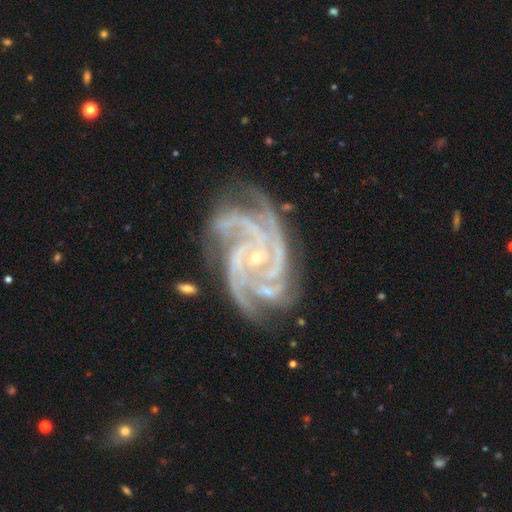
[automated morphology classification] Smooth or featured? featured or disk (92%)
Edge-on disk? no (98%)
Bar? no (63%)
Spiral arms? yes (99%)
Spiral winding? tight (61%)
Spiral arm count? 4 (46%)
Bulge size? small (82%)
Merging? none (68%)